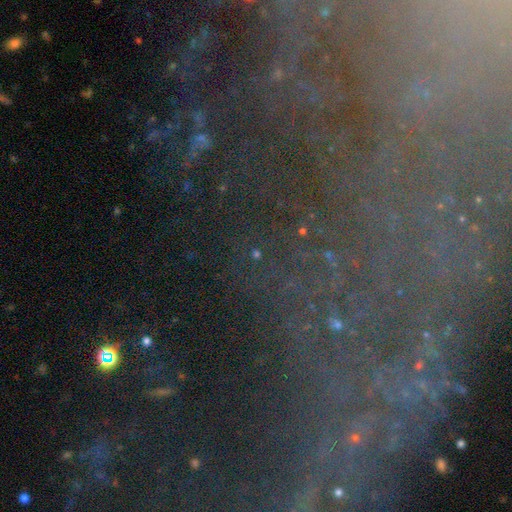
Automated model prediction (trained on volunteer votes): Morphology: type=star or artifact (75%).